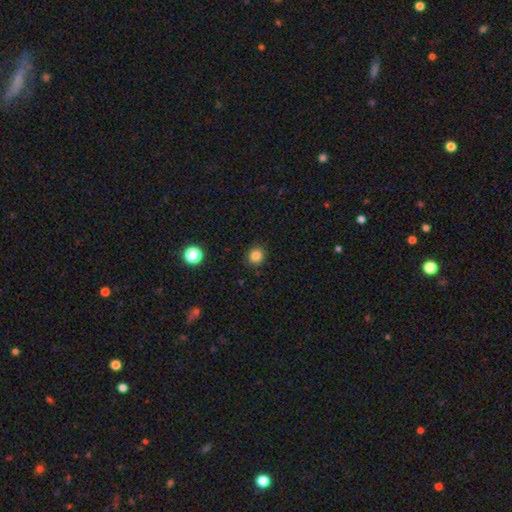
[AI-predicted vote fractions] Smooth or featured? smooth (84%)
How rounded? round (82%)
Merging? none (90%)